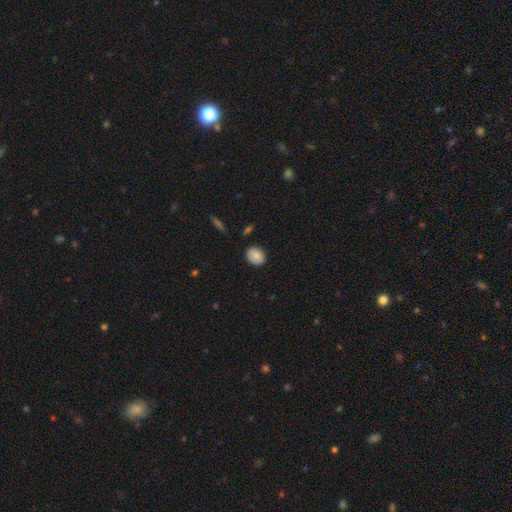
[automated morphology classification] Smooth or featured?
  - smooth: 80% *
  - featured or disk: 13%
  - star or artifact: 8%
How rounded?
  - in between: 51% *
  - round: 48%
  - cigar-shaped: 1%
Merging?
  - none: 82% *
  - minor disturbance: 13%
  - major disturbance: 2%
  - merger: 2%